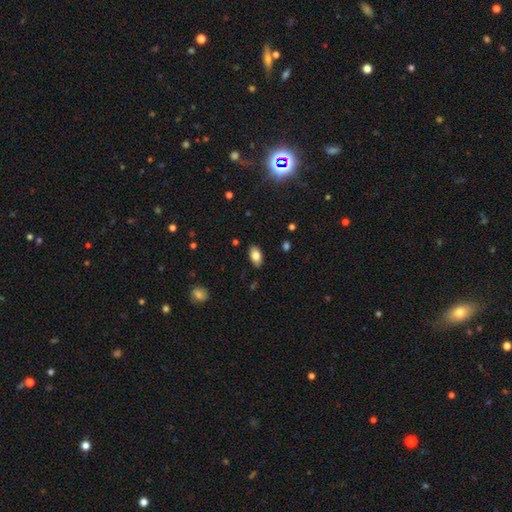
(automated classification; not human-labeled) Morphology: type=smooth (81%); roundness=in between (92%); merging=none (85%).